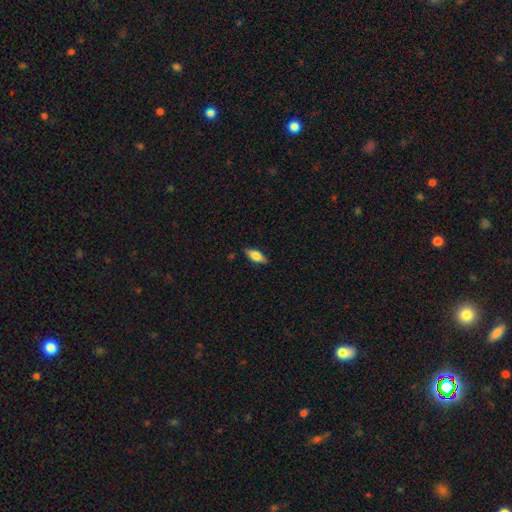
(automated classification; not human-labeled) Smooth or featured? Predicted: smooth (p=0.71). How rounded? Predicted: in between (p=0.75). Merging? Predicted: none (p=0.86).